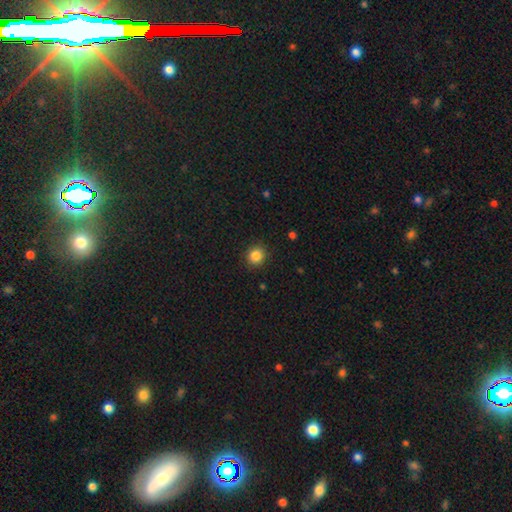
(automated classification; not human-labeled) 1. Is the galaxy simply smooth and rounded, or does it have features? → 85% smooth, 10% star or artifact, 4% featured or disk.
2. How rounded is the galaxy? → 88% round, 11% in between, 1% cigar-shaped.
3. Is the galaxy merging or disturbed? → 90% none, 7% minor disturbance, 2% major disturbance, 1% merger.